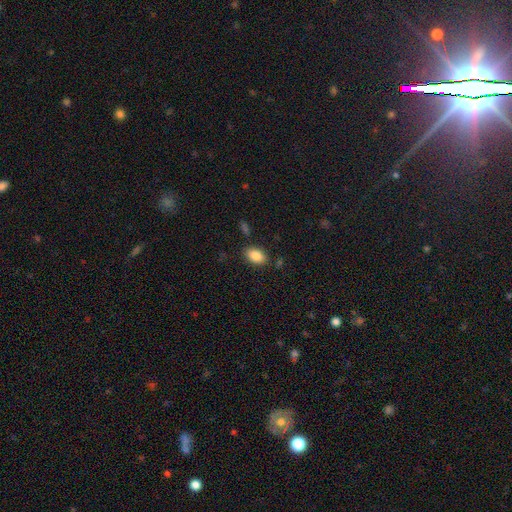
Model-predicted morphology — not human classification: smooth_or_featured: smooth (p=0.87) [alt: star or artifact p=0.08]
how_rounded: in between (p=0.89) [alt: round p=0.09]
merging: none (p=0.83) [alt: minor disturbance p=0.11]